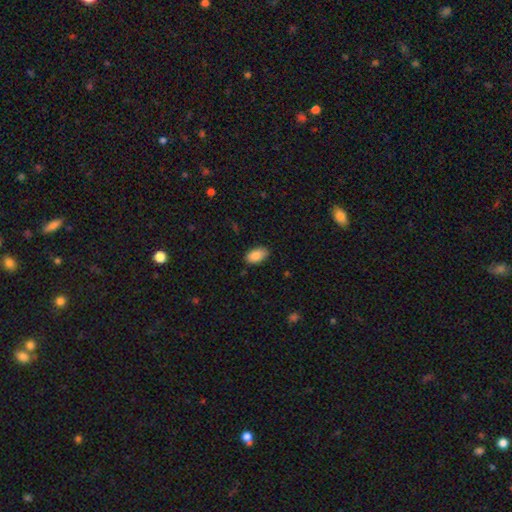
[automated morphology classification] Smooth or featured: smooth — 86% (star or artifact — 7%)
How rounded: in between — 93% (round — 5%)
Merging: none — 82% (minor disturbance — 14%)